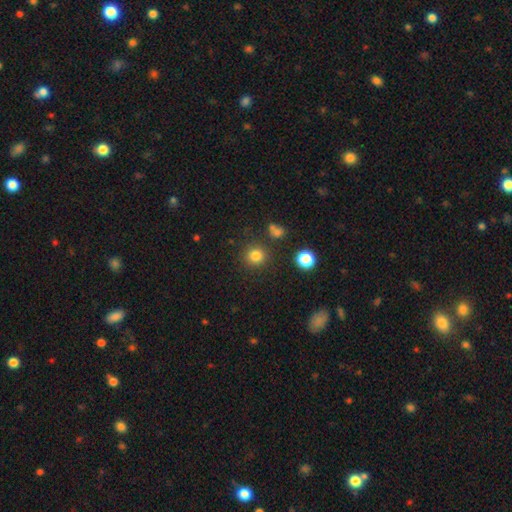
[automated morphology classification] Smooth or featured?
  - smooth: 81% *
  - star or artifact: 14%
  - featured or disk: 5%
How rounded?
  - round: 91% *
  - in between: 8%
  - cigar-shaped: 1%
Merging?
  - none: 85% *
  - minor disturbance: 8%
  - merger: 4%
  - major disturbance: 3%